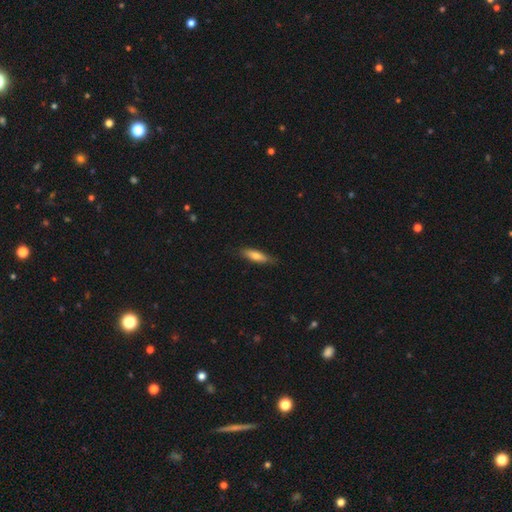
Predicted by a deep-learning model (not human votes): Smooth or featured: smooth — 70% (featured or disk — 24%)
How rounded: cigar-shaped — 65% (in between — 33%)
Merging: none — 81% (minor disturbance — 16%)